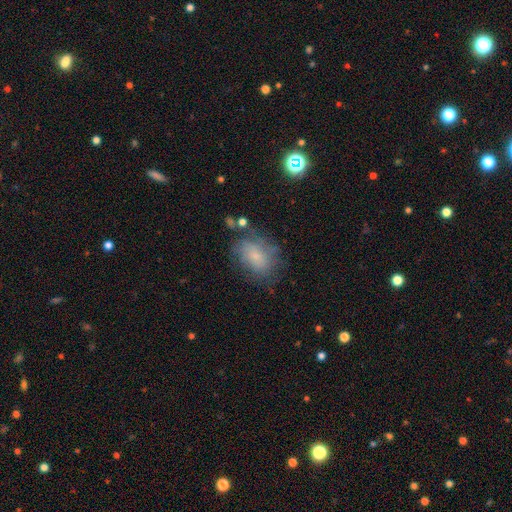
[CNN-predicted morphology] Q: Smooth or featured?
A: smooth (61%); runner-up: featured or disk (27%)
Q: How rounded?
A: in between (73%); runner-up: round (25%)
Q: Merging?
A: none (60%); runner-up: minor disturbance (24%)